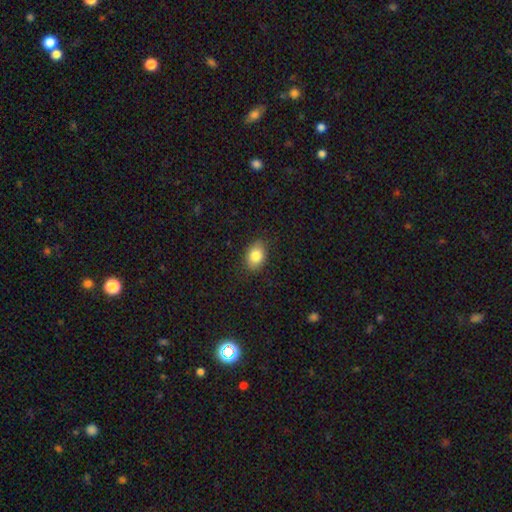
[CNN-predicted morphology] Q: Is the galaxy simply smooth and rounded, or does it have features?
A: smooth — 83%.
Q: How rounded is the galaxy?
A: in between — 79%.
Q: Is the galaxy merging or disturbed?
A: none — 87%.